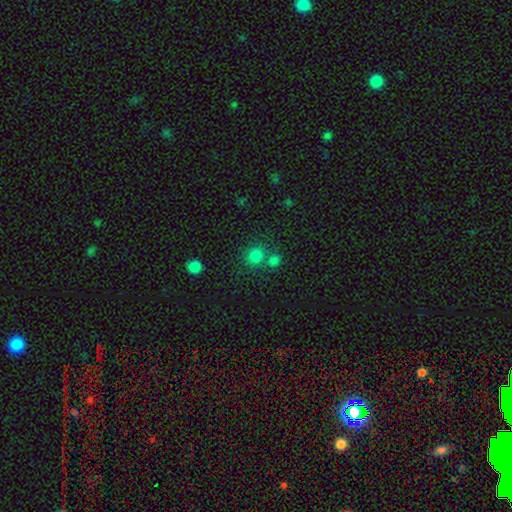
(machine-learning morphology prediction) smooth_or_featured: smooth (p=0.79) [alt: star or artifact p=0.16]
how_rounded: round (p=0.81) [alt: in between p=0.18]
merging: none (p=0.62) [alt: merger p=0.25]